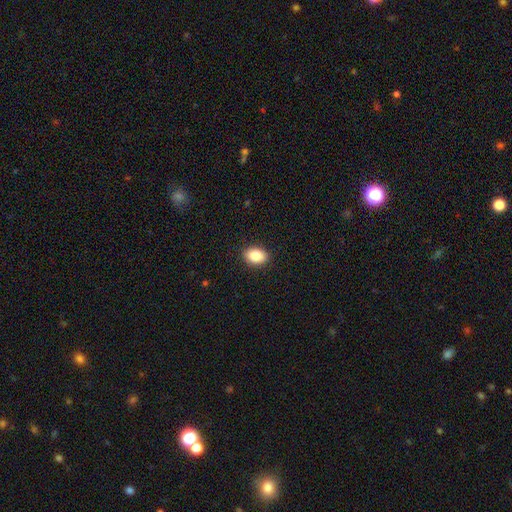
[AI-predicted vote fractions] A smooth galaxy with no disk features (86%) that is in between round and cigar-shaped (78%). Merging: none (90%).